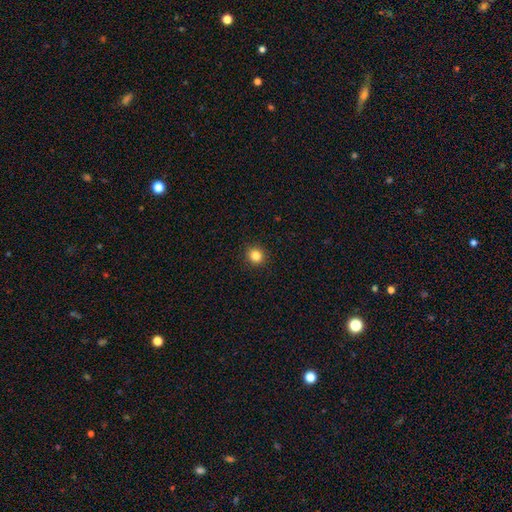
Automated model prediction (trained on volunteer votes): A smooth galaxy with no disk features (84%) that is round (90%).

Vote fractions:
- Smooth or featured? smooth: 84% / star or artifact: 12% / featured or disk: 5%
- How rounded? round: 90% / in between: 9% / cigar-shaped: 1%
- Merging? none: 92% / minor disturbance: 5% / major disturbance: 2% / merger: 1%